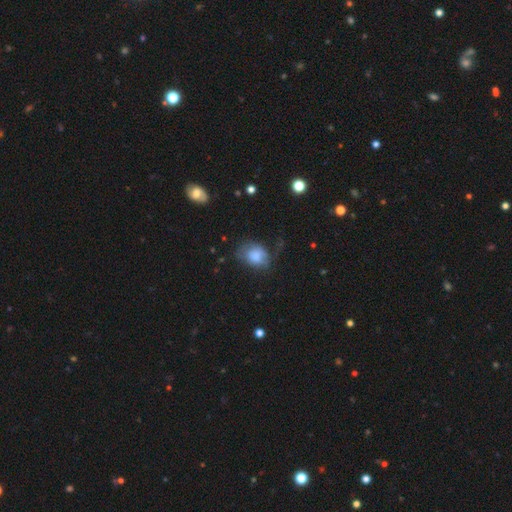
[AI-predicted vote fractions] Smooth or featured: smooth — 75% (featured or disk — 15%)
How rounded: in between — 59% (round — 40%)
Merging: none — 42% (minor disturbance — 33%)